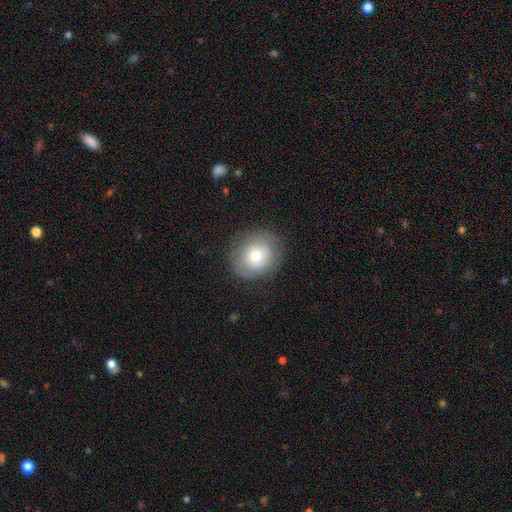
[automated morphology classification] The model was most divided on "smooth or featured": smooth: 71%, featured or disk: 20%, star or artifact: 9%. More confident: merging — none (81%); how rounded — round (79%).